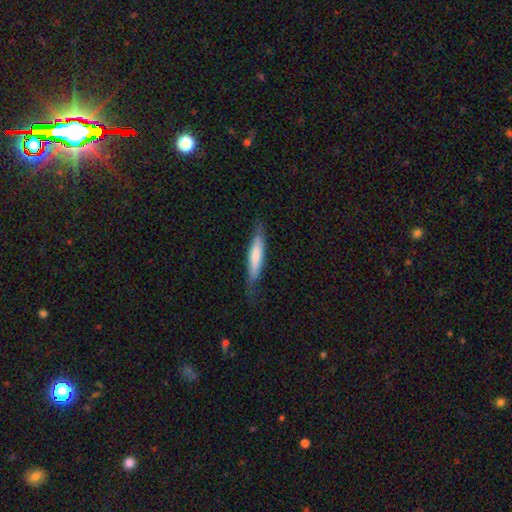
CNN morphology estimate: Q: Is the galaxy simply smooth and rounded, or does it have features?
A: smooth — 66%.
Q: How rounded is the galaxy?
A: cigar-shaped — 84%.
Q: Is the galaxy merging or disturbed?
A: none — 76%.